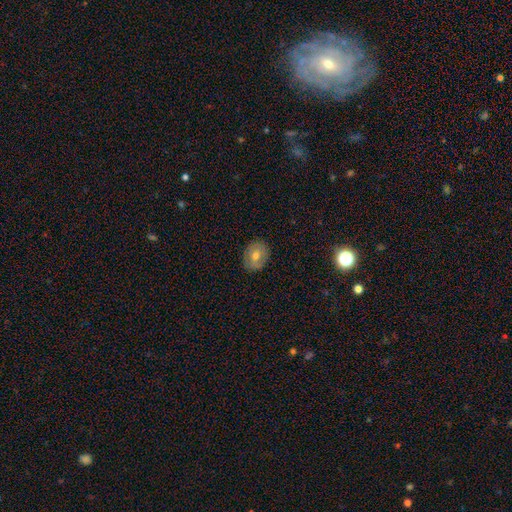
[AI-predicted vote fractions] Overall: smooth (62%; featured or disk 28%). How rounded: round (53%; in between 46%). Merging: none (87%).